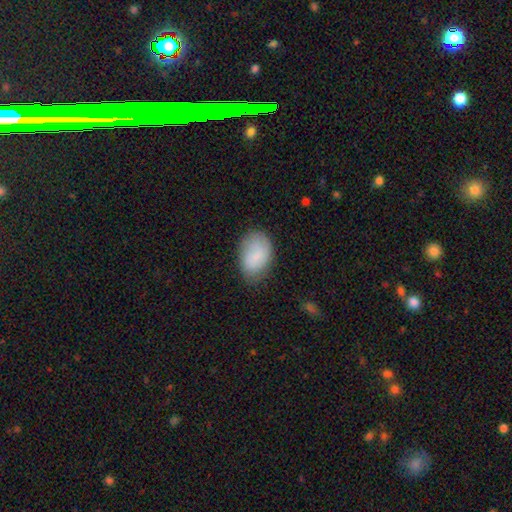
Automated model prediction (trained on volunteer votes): Overall: smooth (77%). How rounded: in between (85%). Merging: none (68%).